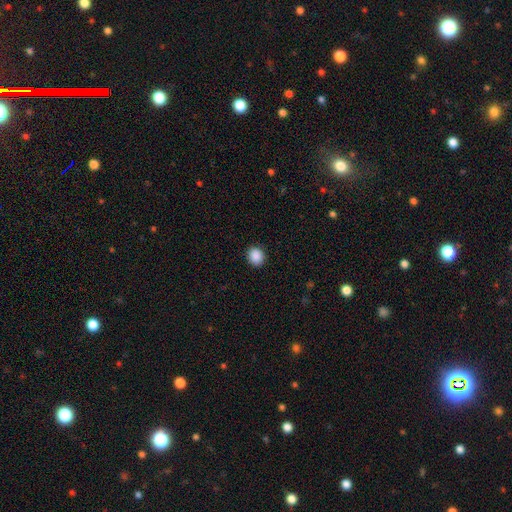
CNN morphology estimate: smooth-or-featured: smooth: 89% | star or artifact: 8% | featured or disk: 2%
  how-rounded: round: 72% | in between: 27% | cigar-shaped: 1%
  merging: none: 91% | minor disturbance: 7% | major disturbance: 2% | merger: 1%